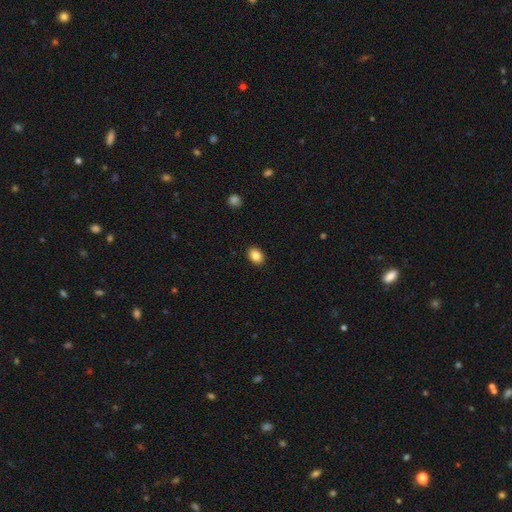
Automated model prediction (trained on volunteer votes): This is clearly a smooth galaxy (86%). How rounded: likely in between (77%). Merging: clearly none (90%).